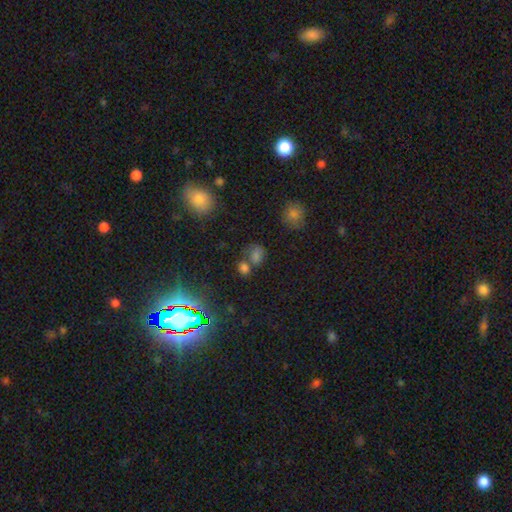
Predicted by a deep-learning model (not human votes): This appears to be a smooth galaxy with no disk features (55%) that is in between round and cigar-shaped (51%). Merging: none (54%).